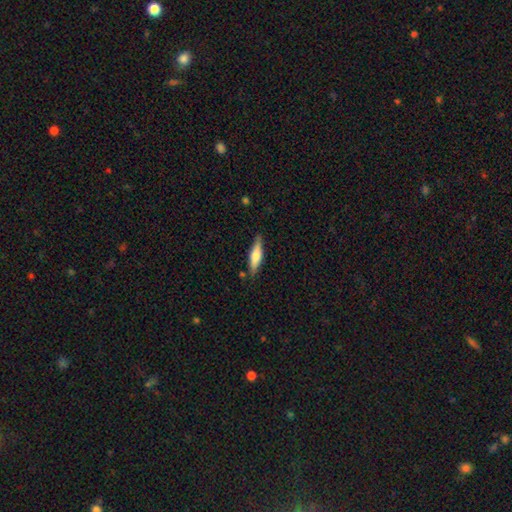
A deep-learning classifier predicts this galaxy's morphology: Smooth or featured: smooth — 53% (featured or disk — 42%)
How rounded: cigar-shaped — 68% (in between — 30%)
Merging: none — 84% (minor disturbance — 12%)